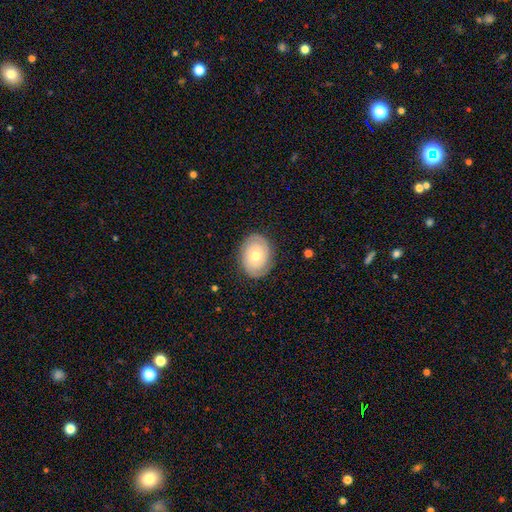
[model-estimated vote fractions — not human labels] Overall: featured or disk (63%; smooth 30%). Edge-on disk: no (96%). Bar: no (79%). Spiral arms: yes (82%). Bulge size: moderate (57%; small 38%). Merging: none (84%).